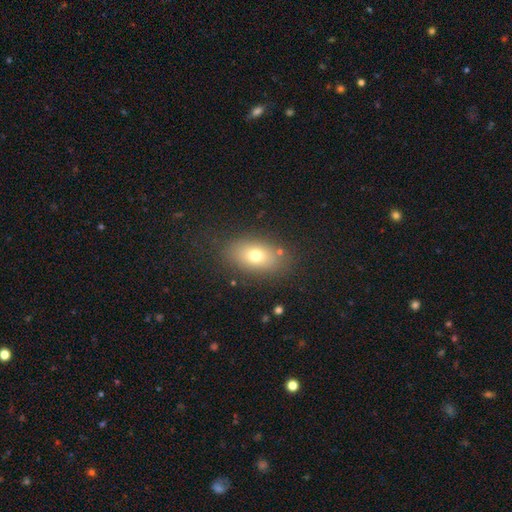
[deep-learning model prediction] smooth_or_featured: smooth (p=0.72) [alt: featured or disk p=0.17]
how_rounded: in between (p=0.84) [alt: round p=0.14]
merging: none (p=0.81) [alt: minor disturbance p=0.11]